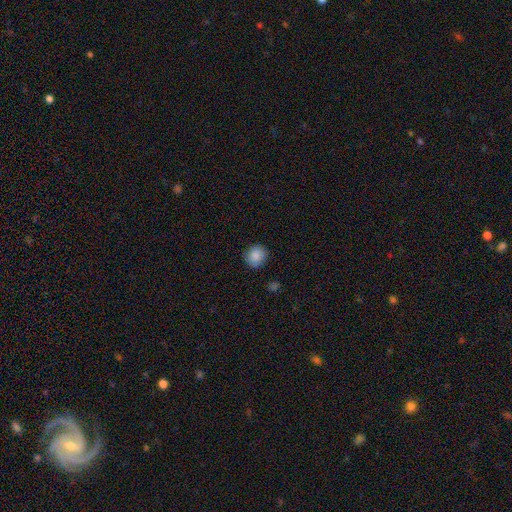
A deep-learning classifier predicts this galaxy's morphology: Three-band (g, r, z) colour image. It shows a smooth galaxy with no disk features (87%) that is round (85%). Merging: none (88%).